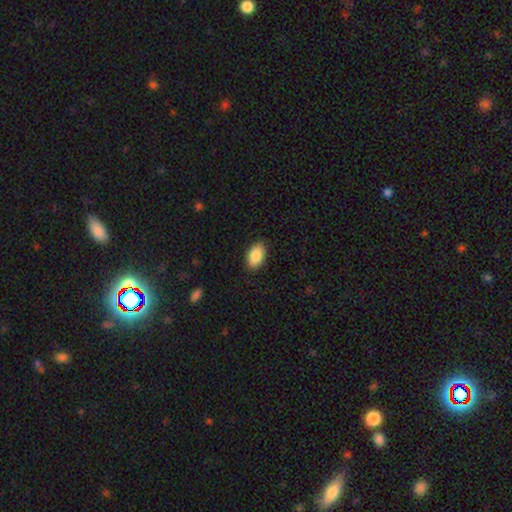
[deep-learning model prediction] This is clearly a smooth galaxy (87%). How rounded: clearly in between (93%). Merging: clearly none (87%).